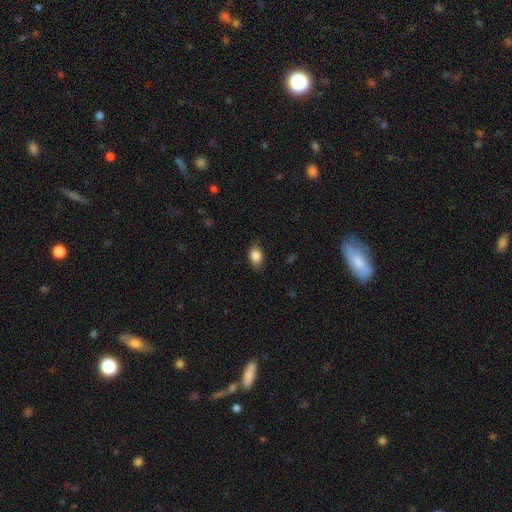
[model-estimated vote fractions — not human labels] A smooth galaxy with no disk features (85%) that is in between round and cigar-shaped (82%). Merging: none (78%).